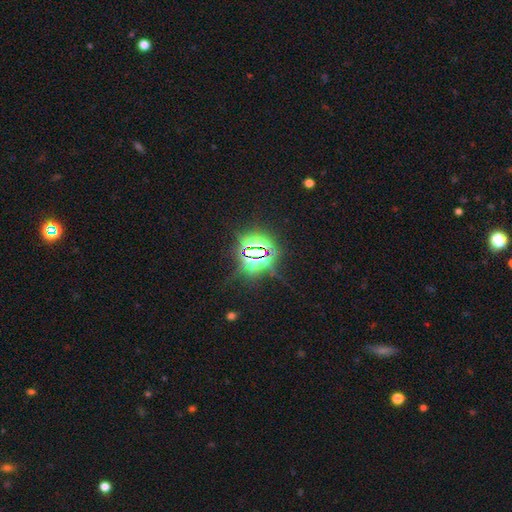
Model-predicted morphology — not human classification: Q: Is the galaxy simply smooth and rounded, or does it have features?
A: star or artifact — 81%.